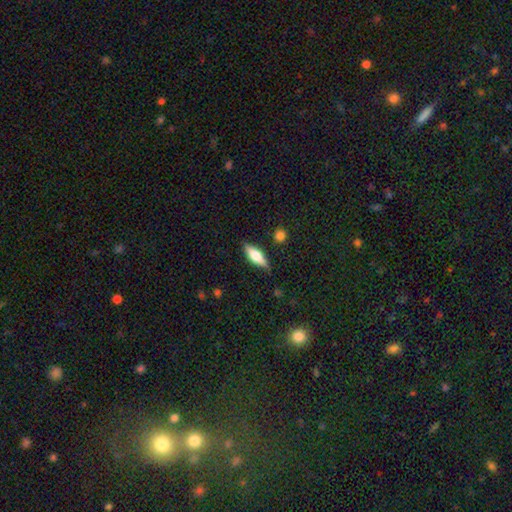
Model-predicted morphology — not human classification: The model was most divided on "smooth or featured": smooth: 54%, featured or disk: 40%, star or artifact: 7%. More confident: merging — none (84%); how rounded — in between (56%).